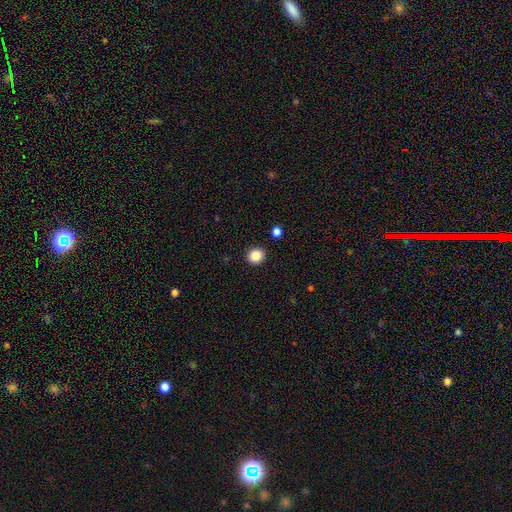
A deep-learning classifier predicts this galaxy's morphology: smooth_or_featured: smooth (p=0.85) [alt: star or artifact p=0.10]
how_rounded: round (p=0.87) [alt: in between p=0.12]
merging: none (p=0.92) [alt: minor disturbance p=0.05]